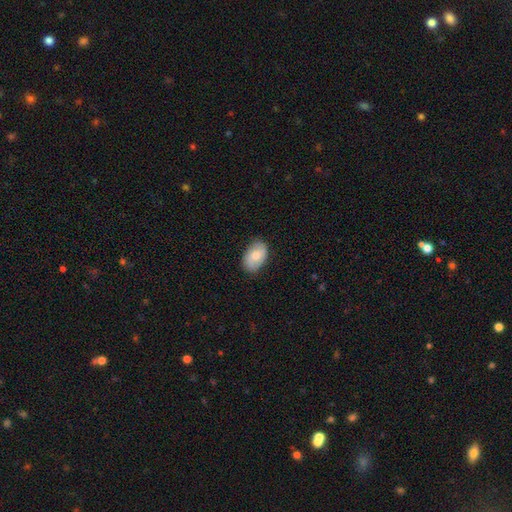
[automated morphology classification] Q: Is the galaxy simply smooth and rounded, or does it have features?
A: smooth — 67%.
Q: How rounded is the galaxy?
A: in between — 89%.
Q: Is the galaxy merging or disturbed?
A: none — 82%.